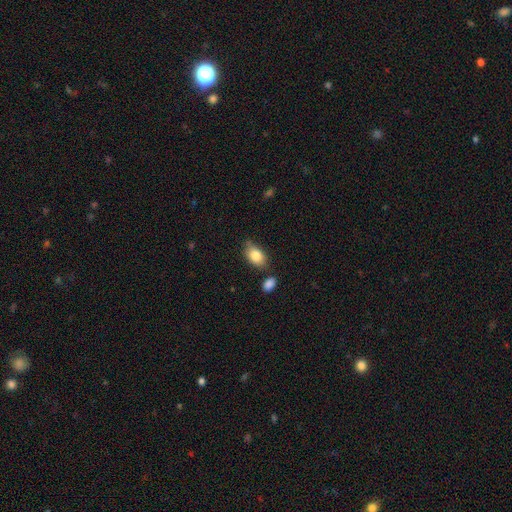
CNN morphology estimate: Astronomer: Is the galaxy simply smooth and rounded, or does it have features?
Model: smooth — 82%.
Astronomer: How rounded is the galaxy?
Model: in between — 88%.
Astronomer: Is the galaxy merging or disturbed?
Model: none — 66%.